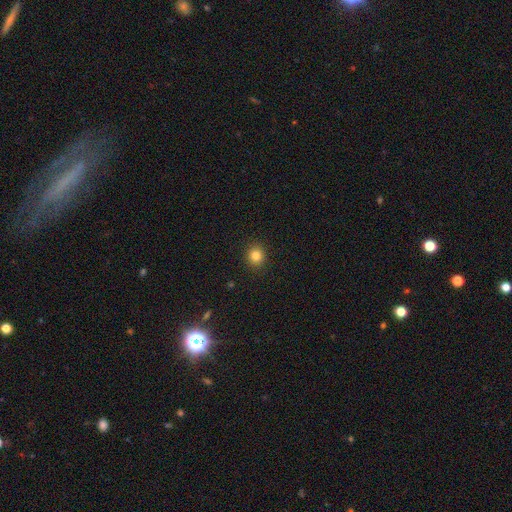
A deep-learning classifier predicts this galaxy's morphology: Overall: smooth (83%). How rounded: round (81%). Merging: none (92%).